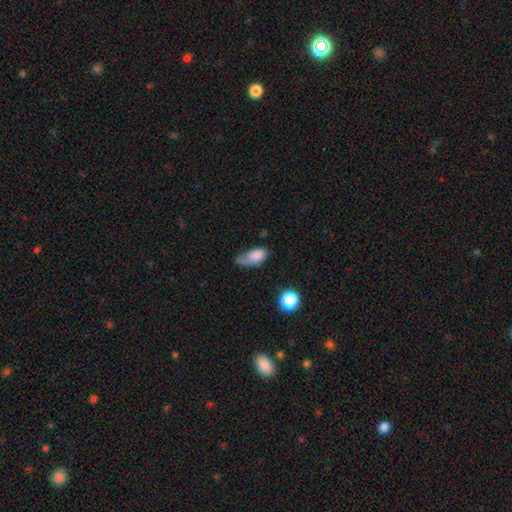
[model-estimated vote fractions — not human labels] Smooth or featured? smooth (78%)
How rounded? in between (85%)
Merging? minor disturbance (38%)